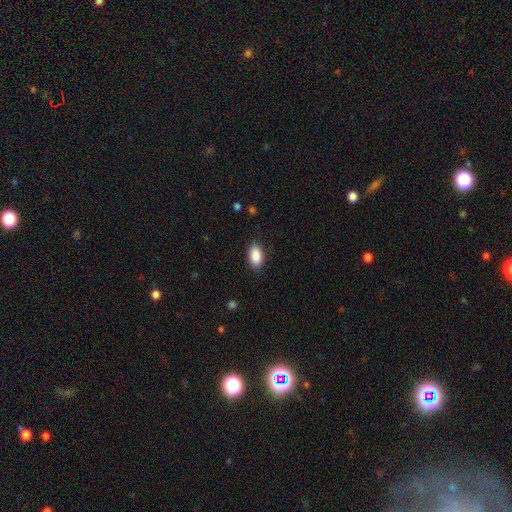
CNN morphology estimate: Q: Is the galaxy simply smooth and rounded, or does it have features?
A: smooth — 90%.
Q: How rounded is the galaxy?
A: in between — 93%.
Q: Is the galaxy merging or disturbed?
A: none — 87%.